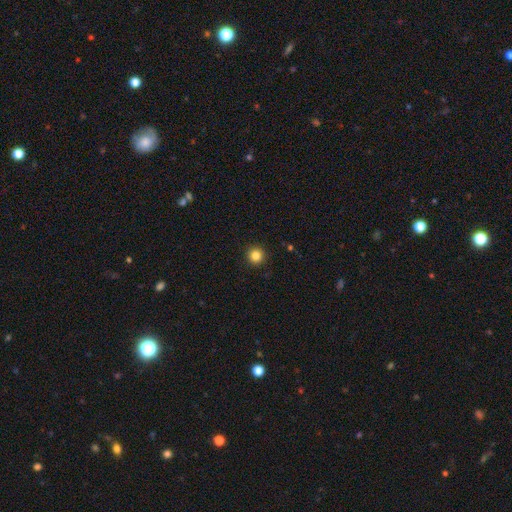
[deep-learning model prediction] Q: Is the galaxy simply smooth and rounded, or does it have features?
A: smooth — 84%.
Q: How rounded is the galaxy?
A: round — 96%.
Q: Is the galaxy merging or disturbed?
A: none — 93%.